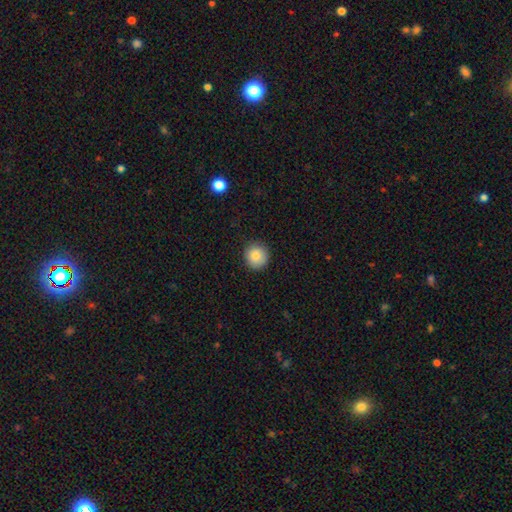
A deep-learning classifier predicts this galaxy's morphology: Smooth or featured? smooth (84%)
How rounded? round (94%)
Merging? none (90%)